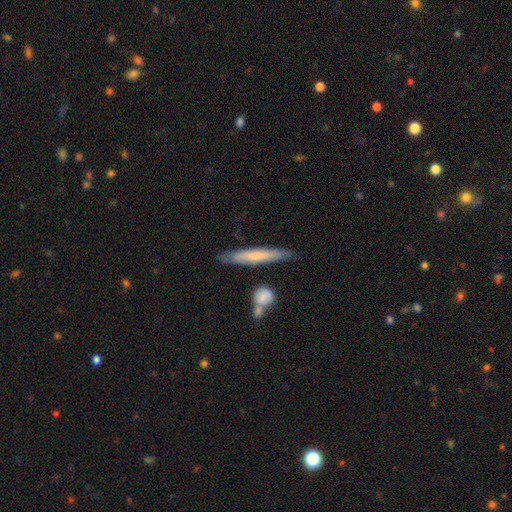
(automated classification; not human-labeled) This is possibly a smooth galaxy (59%). How rounded: clearly cigar-shaped (94%). Merging: likely none (79%).